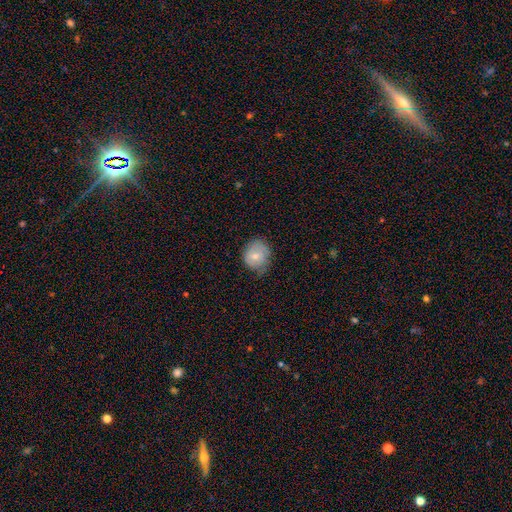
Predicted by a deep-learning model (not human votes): smooth_or_featured: smooth (p=0.66) [alt: featured or disk p=0.27]
how_rounded: round (p=0.68) [alt: in between p=0.31]
merging: none (p=0.58) [alt: minor disturbance p=0.32]